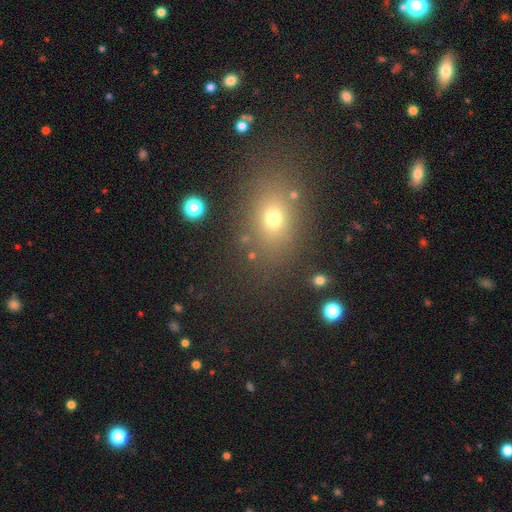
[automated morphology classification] Overall: smooth (62%; star or artifact 27%). How rounded: in between (59%; round 39%). Merging: none (82%).